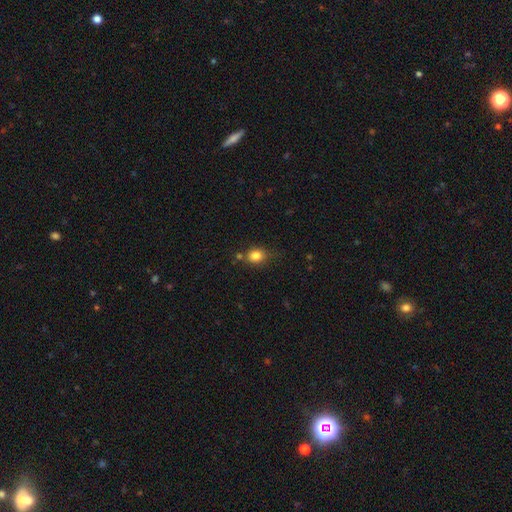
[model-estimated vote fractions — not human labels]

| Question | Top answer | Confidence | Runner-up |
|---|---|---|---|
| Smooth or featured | smooth | 82% | star or artifact (11%) |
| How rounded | round | 61% | in between (38%) |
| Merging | none | 68% | minor disturbance (18%) |